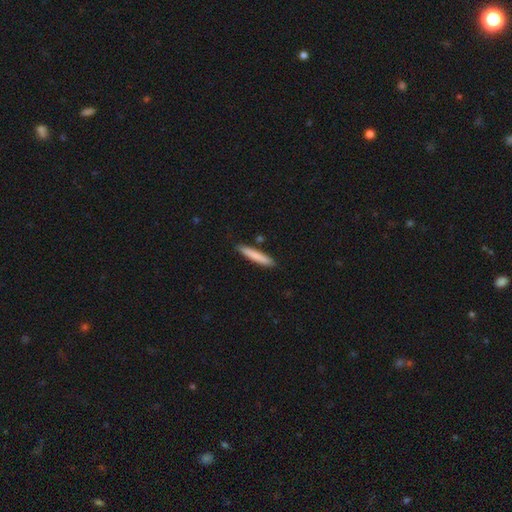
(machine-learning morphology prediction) Overall: smooth (81%). How rounded: cigar-shaped (93%). Merging: none (87%).